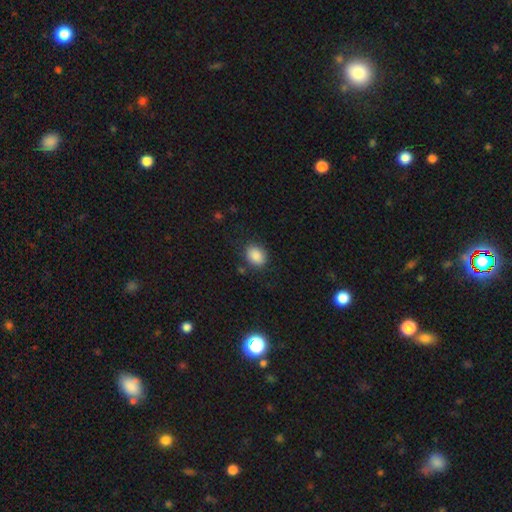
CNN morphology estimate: Smooth or featured? Predicted: smooth (p=0.88). How rounded? Predicted: in between (p=0.58). Merging? Predicted: none (p=0.82).